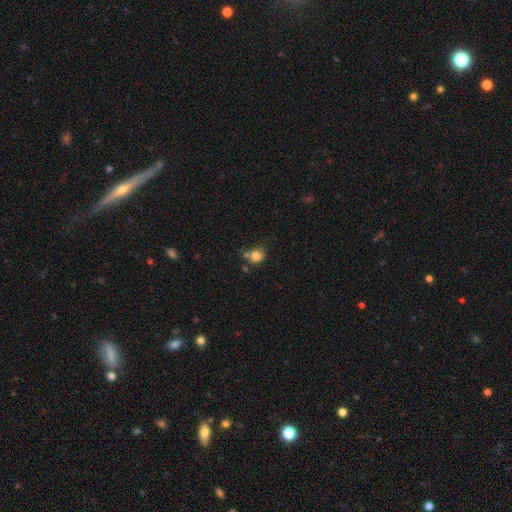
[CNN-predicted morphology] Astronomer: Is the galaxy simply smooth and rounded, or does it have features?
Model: smooth — 78%.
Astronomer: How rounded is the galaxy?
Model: round — 59% (runner-up: in between, 40%).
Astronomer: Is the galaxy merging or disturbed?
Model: none — 42% (runner-up: merger, 27%).